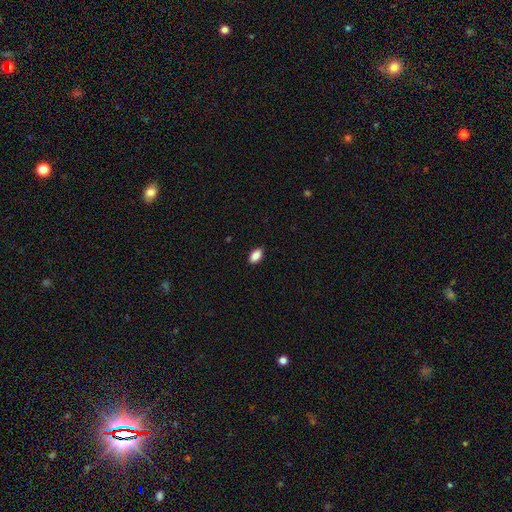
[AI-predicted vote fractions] A smooth galaxy with no disk features (87%) that is in between round and cigar-shaped (92%). Merging: none (89%).